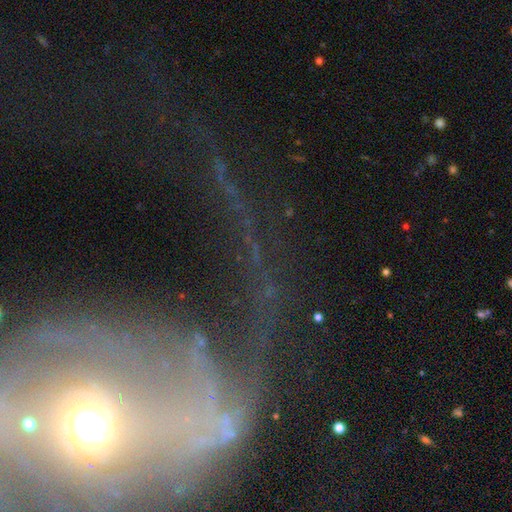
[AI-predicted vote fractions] A featured or disk galaxy (50%).

Vote fractions:
- Smooth or featured? featured or disk: 50% / star or artifact: 36% / smooth: 14%
- Edge-on disk? no: 78% / yes: 22%
- Merging? none: 48% / major disturbance: 27% / minor disturbance: 14% / merger: 10%